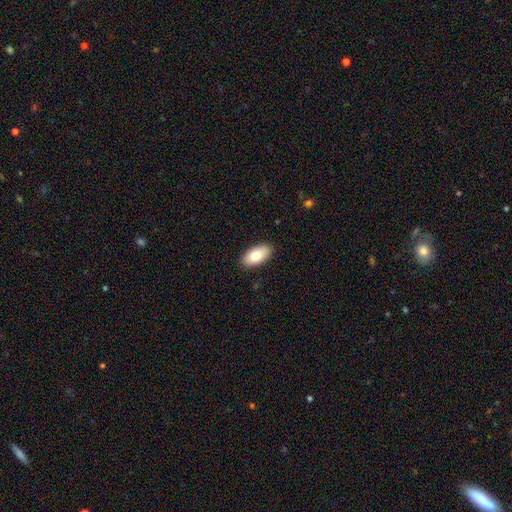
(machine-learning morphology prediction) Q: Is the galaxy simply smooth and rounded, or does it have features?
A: smooth — 79%.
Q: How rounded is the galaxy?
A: in between — 94%.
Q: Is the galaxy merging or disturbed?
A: none — 89%.